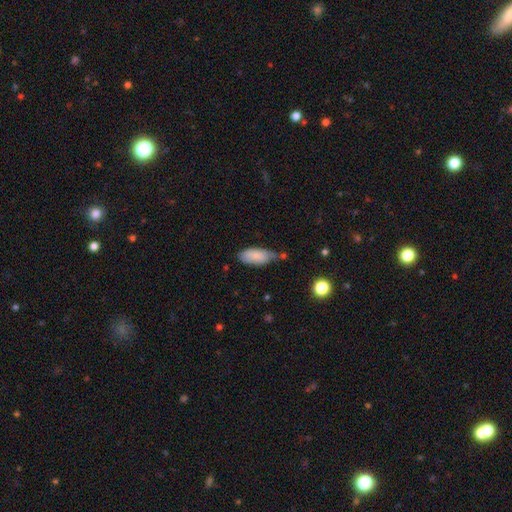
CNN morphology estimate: This is clearly a smooth galaxy (83%). How rounded: clearly in between (86%). Merging: marginally none (44%).